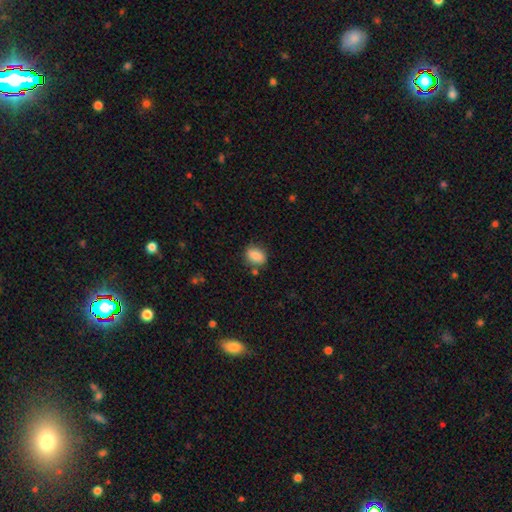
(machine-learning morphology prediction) A smooth galaxy with no disk features (86%) that is in between round and cigar-shaped (75%). Merging: none (77%).